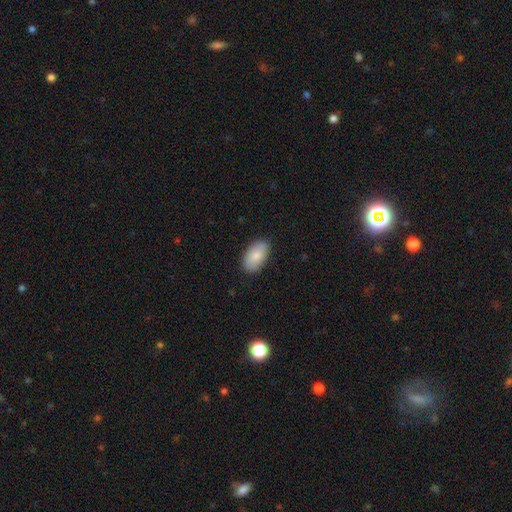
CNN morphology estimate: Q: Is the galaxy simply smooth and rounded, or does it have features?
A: smooth — 82%.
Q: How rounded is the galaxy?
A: in between — 94%.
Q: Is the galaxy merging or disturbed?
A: none — 85%.